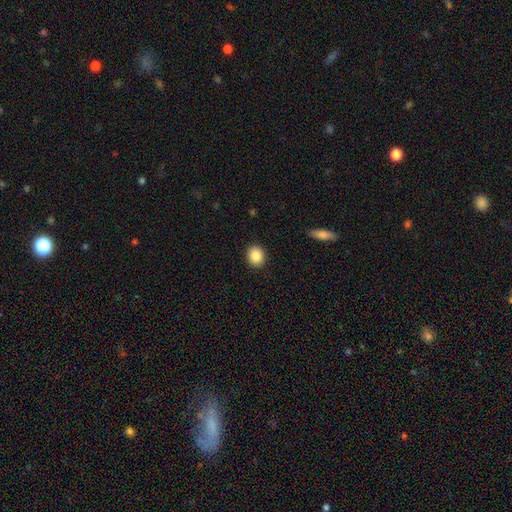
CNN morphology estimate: This is clearly a smooth galaxy (87%). How rounded: likely round (69%). Merging: clearly none (91%).